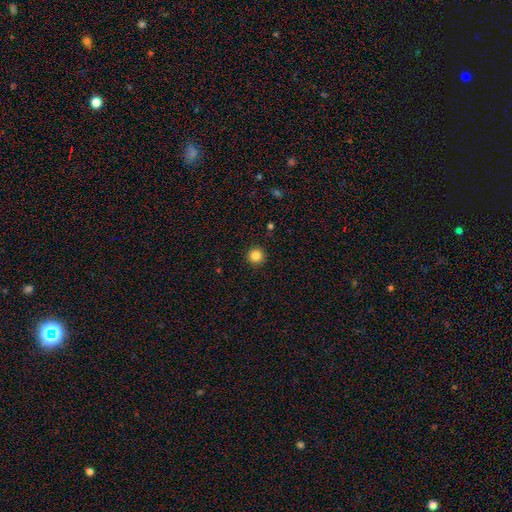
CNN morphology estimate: smooth_or_featured: smooth (p=0.85) [alt: star or artifact p=0.11]
how_rounded: round (p=0.96) [alt: in between p=0.03]
merging: none (p=0.93) [alt: minor disturbance p=0.04]